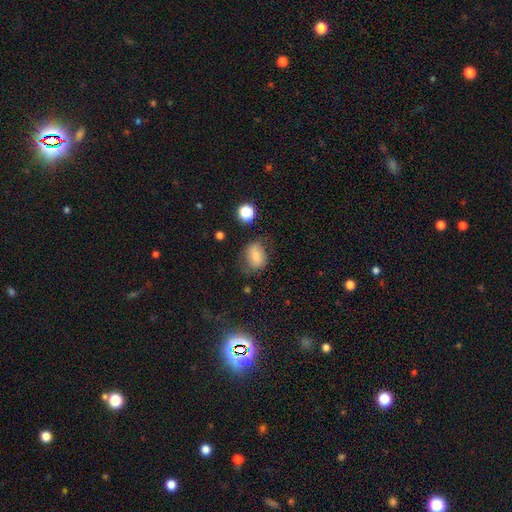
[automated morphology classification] Smooth or featured? smooth (67%)
How rounded? in between (57%)
Merging? none (63%)